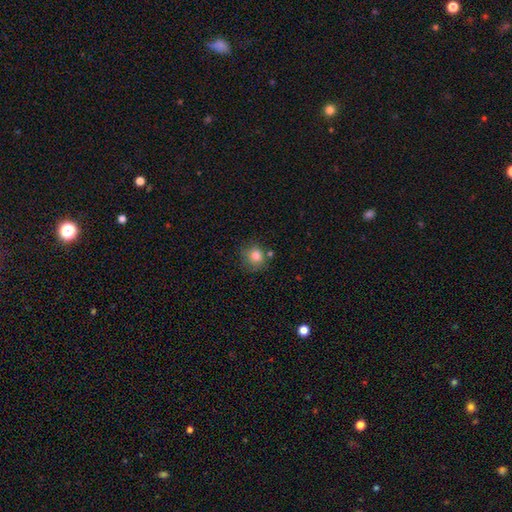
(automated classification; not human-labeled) A smooth galaxy with no disk features (83%) that is round (87%). Merging: none (69%).